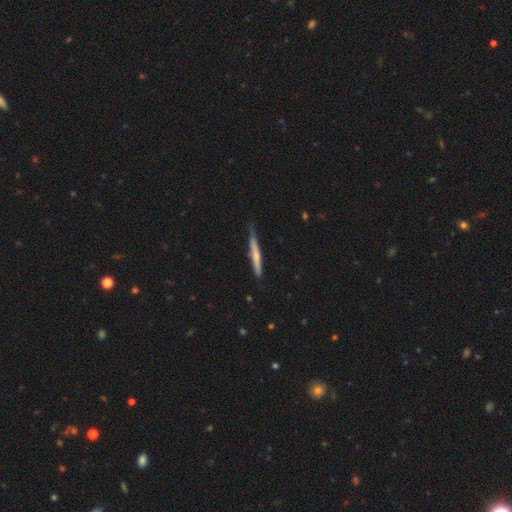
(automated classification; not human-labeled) smooth_or_featured: smooth (p=0.56) [alt: featured or disk p=0.38]
how_rounded: cigar-shaped (p=0.95) [alt: in between p=0.03]
merging: none (p=0.68) [alt: minor disturbance p=0.26]